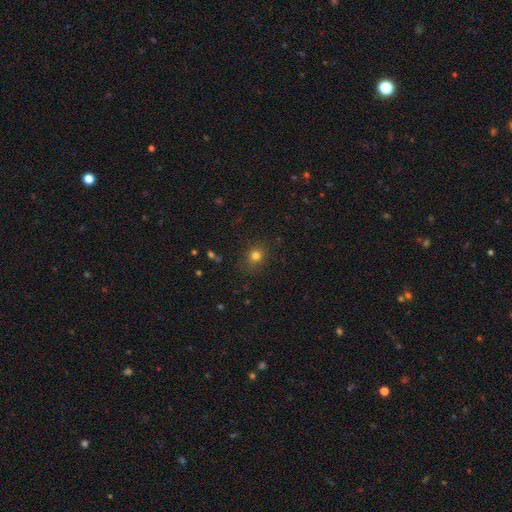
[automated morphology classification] A smooth galaxy with no disk features (77%) that is round (74%).

Vote fractions:
- Smooth or featured? smooth: 77% / star or artifact: 16% / featured or disk: 7%
- How rounded? round: 74% / in between: 25% / cigar-shaped: 1%
- Merging? none: 83% / minor disturbance: 12% / major disturbance: 4% / merger: 1%